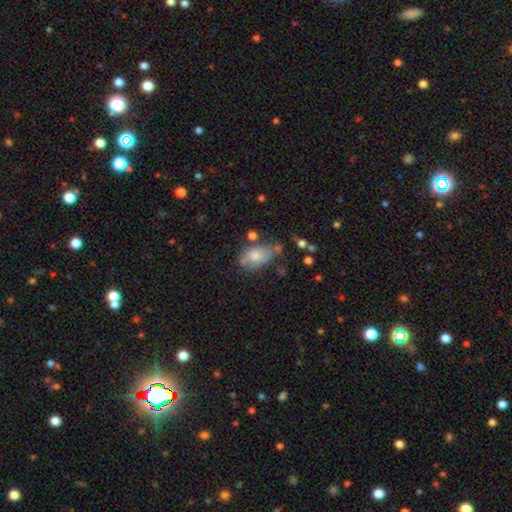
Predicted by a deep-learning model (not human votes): A smooth galaxy with no disk features (64%) that is in between round and cigar-shaped (87%). Merging: none (36%).